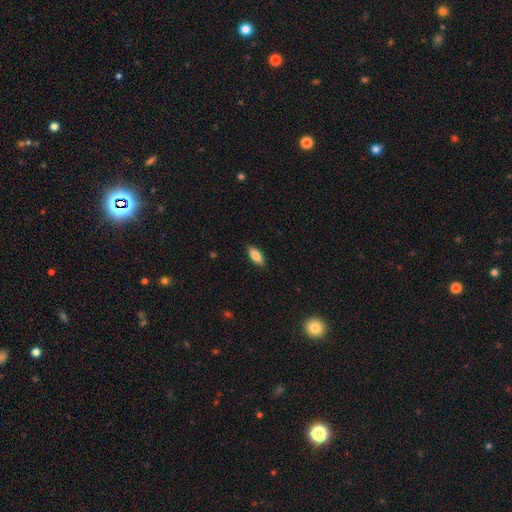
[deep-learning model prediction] This is likely a smooth galaxy (77%). How rounded: likely in between (78%). Merging: clearly none (88%).